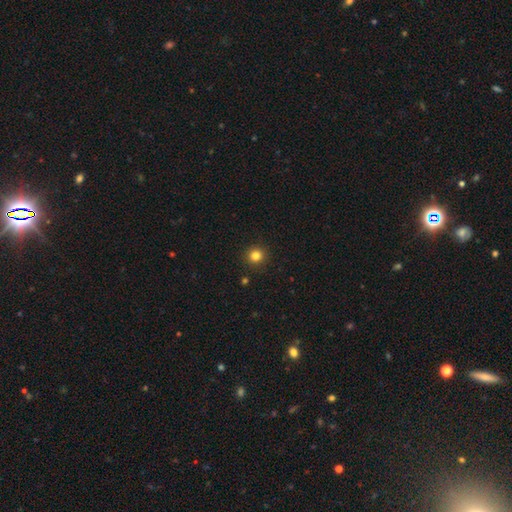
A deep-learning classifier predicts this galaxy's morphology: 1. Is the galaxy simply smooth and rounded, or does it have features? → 82% smooth, 13% star or artifact, 5% featured or disk.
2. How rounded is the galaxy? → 93% round, 6% in between, 1% cigar-shaped.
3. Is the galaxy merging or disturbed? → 92% none, 5% minor disturbance, 2% major disturbance, 1% merger.